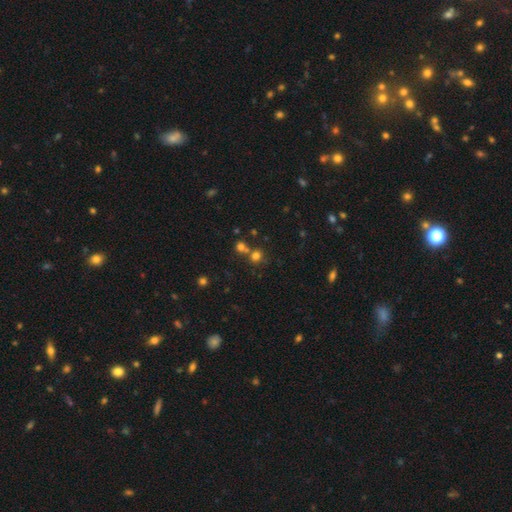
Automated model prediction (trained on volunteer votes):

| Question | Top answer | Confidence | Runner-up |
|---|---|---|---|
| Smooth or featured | smooth | 71% | star or artifact (21%) |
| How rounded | round | 87% | in between (12%) |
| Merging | none | 59% | merger (31%) |